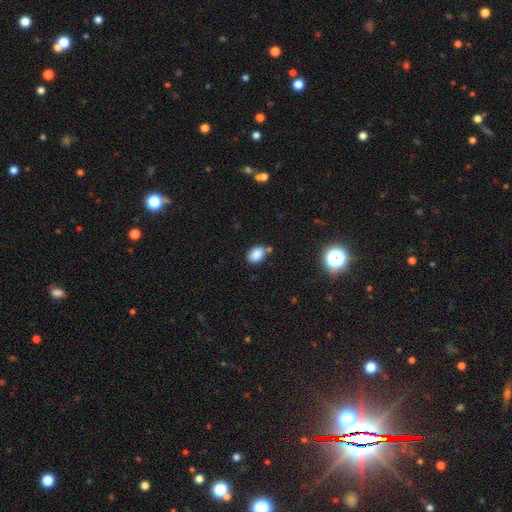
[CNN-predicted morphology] Smooth or featured?
  - smooth: 85% *
  - star or artifact: 10%
  - featured or disk: 5%
How rounded?
  - in between: 82% *
  - round: 17%
  - cigar-shaped: 1%
Merging?
  - none: 74% *
  - minor disturbance: 15%
  - merger: 7%
  - major disturbance: 3%